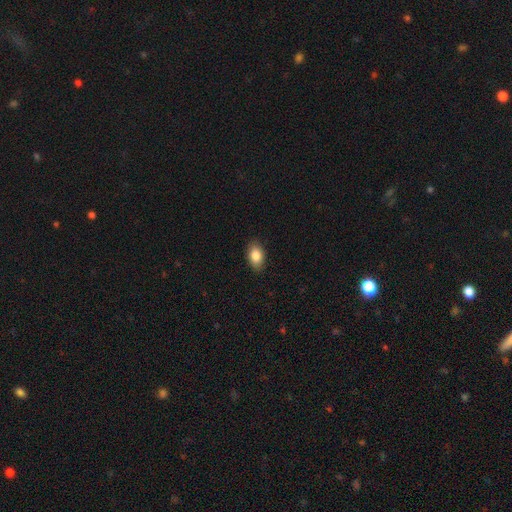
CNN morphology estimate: Q: Smooth or featured?
A: smooth (85%); runner-up: star or artifact (7%)
Q: How rounded?
A: in between (90%); runner-up: round (8%)
Q: Merging?
A: none (87%); runner-up: minor disturbance (10%)